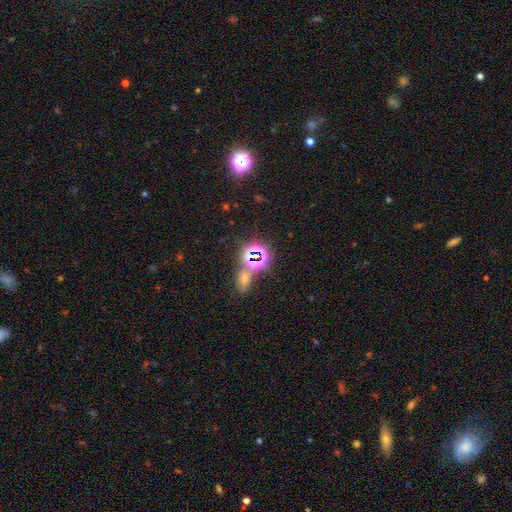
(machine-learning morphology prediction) type=star or artifact (62%).